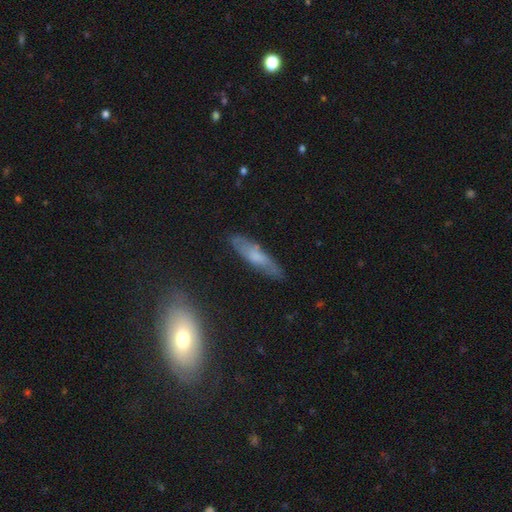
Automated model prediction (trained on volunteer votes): Smooth or featured: smooth — 53% (featured or disk — 39%)
How rounded: cigar-shaped — 74% (in between — 24%)
Merging: none — 80% (minor disturbance — 15%)